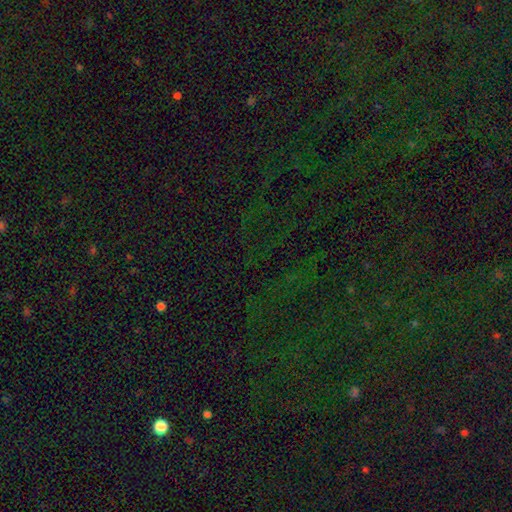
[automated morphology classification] This appears to be a star or artifact, not a galaxy (81%).